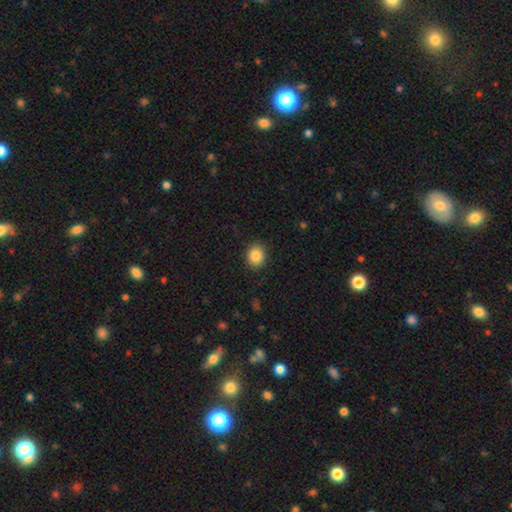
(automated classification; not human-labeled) This appears to be a smooth galaxy with no disk features (86%) that is round (66%). Merging: none (90%).